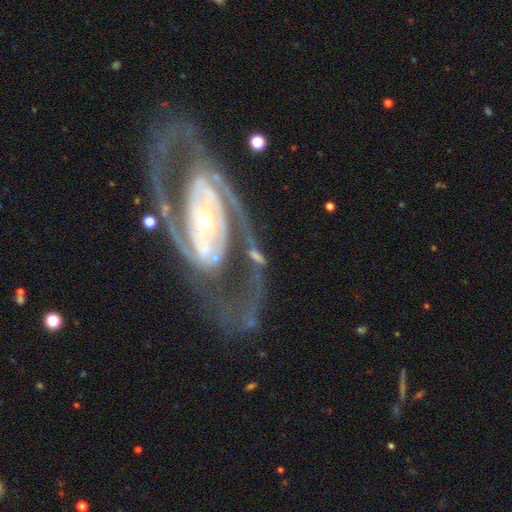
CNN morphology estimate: The model was most divided on "bar": no: 38%, strong: 35%, weak: 27%. Remaining: edge-on disk — no (94%); spiral arms — yes (91%); smooth or featured — featured or disk (87%); spiral arm count — 2 (79%); bulge size — moderate (52%); merging — none (42%); spiral winding — medium (41%).